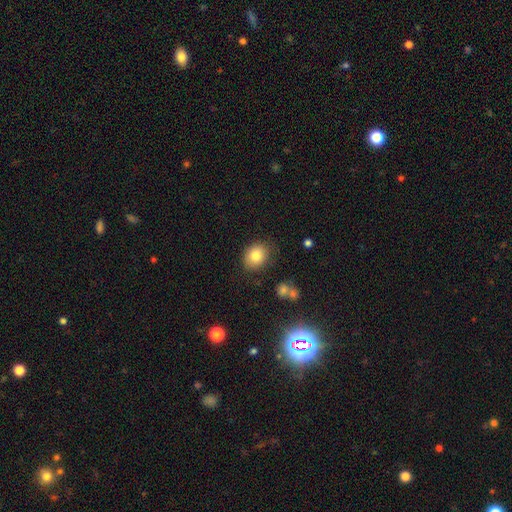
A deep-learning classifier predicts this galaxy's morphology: smooth 81%, star or artifact 9%, featured or disk 9%. Down the decision tree: how rounded — round (54%); merging — none (80%).